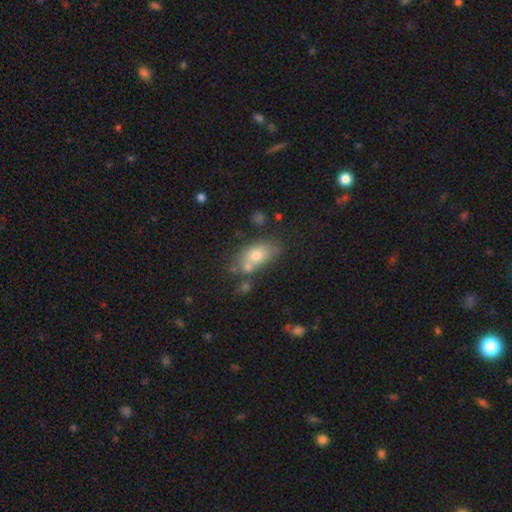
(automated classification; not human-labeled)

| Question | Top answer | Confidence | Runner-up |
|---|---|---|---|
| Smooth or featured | smooth | 70% | featured or disk (20%) |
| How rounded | in between | 81% | round (15%) |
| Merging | none | 49% | merger (27%) |